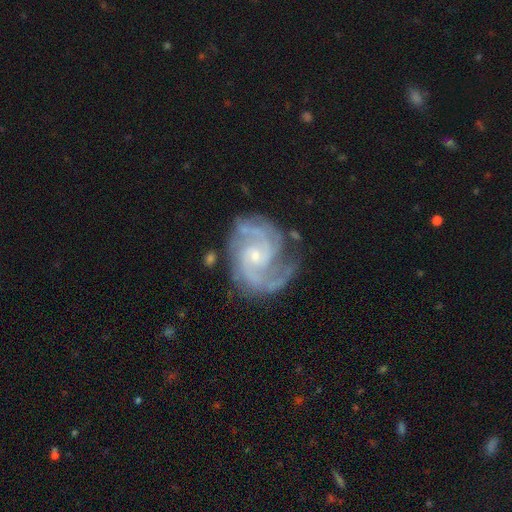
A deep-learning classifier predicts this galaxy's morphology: type=featured or disk (91%); edge-on=no (98%); bar=no (61%); spiral arms=yes (98%); winding=medium (47%); arm count=2 (52%); bulge=small (71%); merging=none (68%).